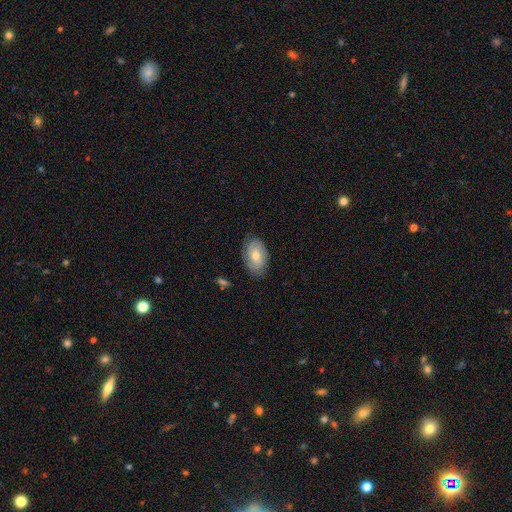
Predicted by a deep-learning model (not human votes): Morphology: type=featured or disk (49%); merging=none (80%).